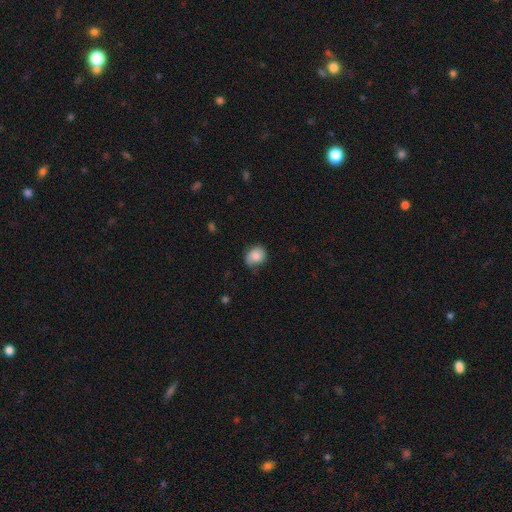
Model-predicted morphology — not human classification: This is likely a smooth galaxy (79%). How rounded: likely round (63%). Merging: likely none (61%).